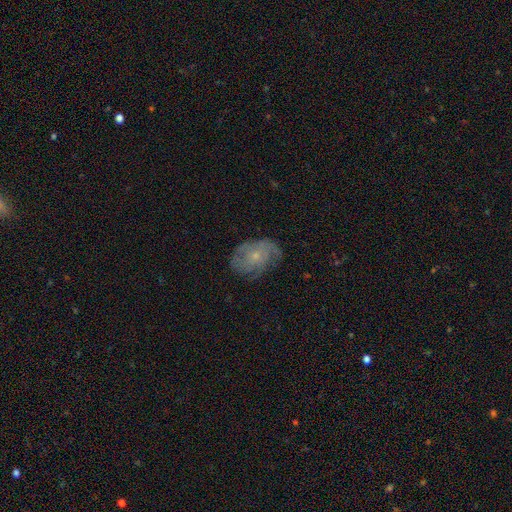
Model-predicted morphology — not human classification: The model was most divided on "spiral winding": tight: 49%, medium: 36%, loose: 15%. Remaining: edge-on disk — no (97%); spiral arms — yes (84%); bar — no (84%); bulge size — small (70%); smooth or featured — featured or disk (67%); merging — none (63%); spiral arm count — can't tell (41%).